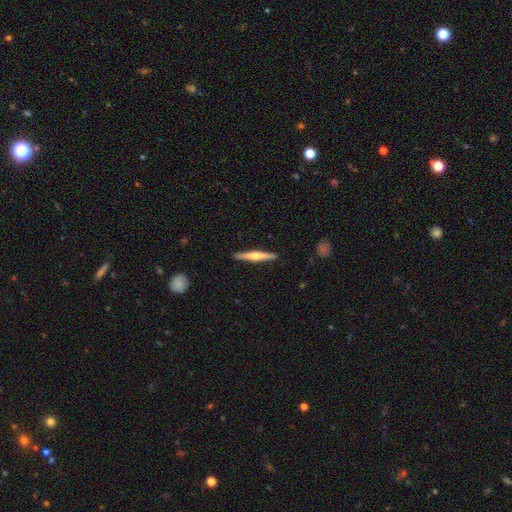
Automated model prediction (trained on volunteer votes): Q: Smooth or featured?
A: featured or disk (62%); runner-up: smooth (33%)
Q: Edge-on disk?
A: yes (97%); runner-up: no (3%)
Q: Edge-on bulge?
A: rounded (87%); runner-up: none (8%)
Q: Merging?
A: none (91%); runner-up: minor disturbance (6%)